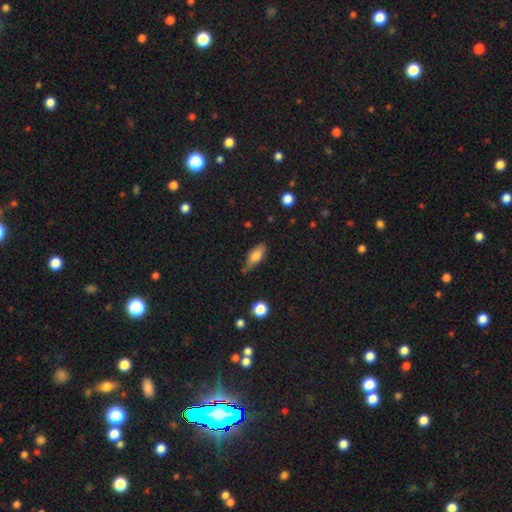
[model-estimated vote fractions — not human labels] Smooth or featured? smooth (72%)
How rounded? in between (74%)
Merging? none (59%)